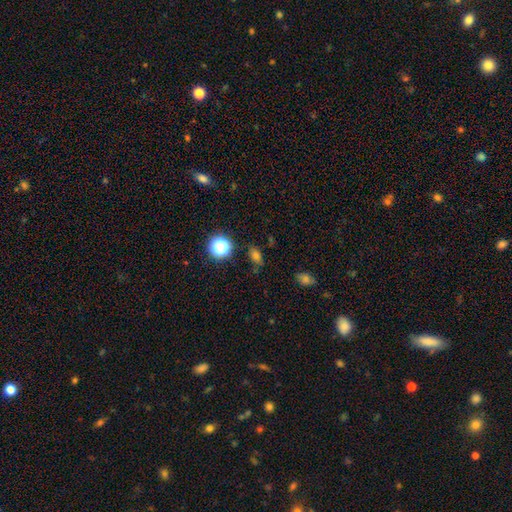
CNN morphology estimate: This appears to be a smooth galaxy with no disk features (70%) that is in between round and cigar-shaped (68%). Merging: none (76%).